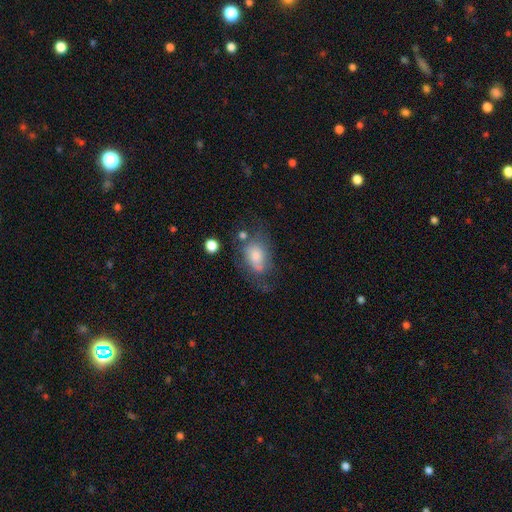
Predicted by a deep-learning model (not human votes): This is possibly a smooth galaxy (58%). How rounded: likely in between (78%). Merging: marginally none (42%).